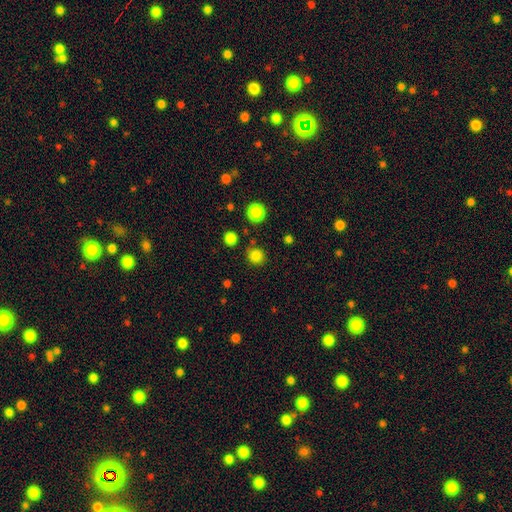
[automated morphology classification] type=smooth (82%); roundness=round (91%); merging=none (84%).